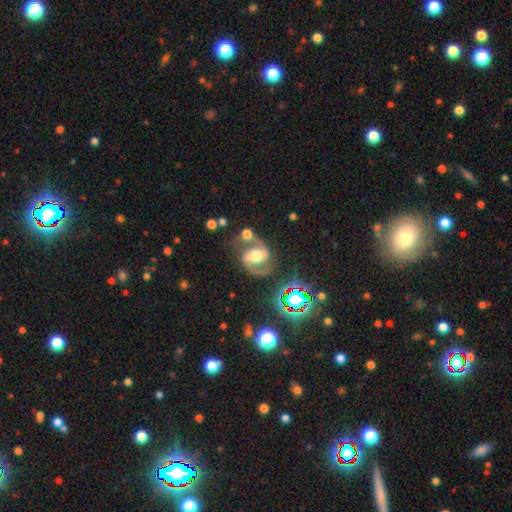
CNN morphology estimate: type=featured or disk (82%); edge-on=no (98%); bar=strong (38%); spiral arms=yes (94%); winding=medium (60%); arm count=2 (93%); bulge=moderate (61%); merging=none (65%).